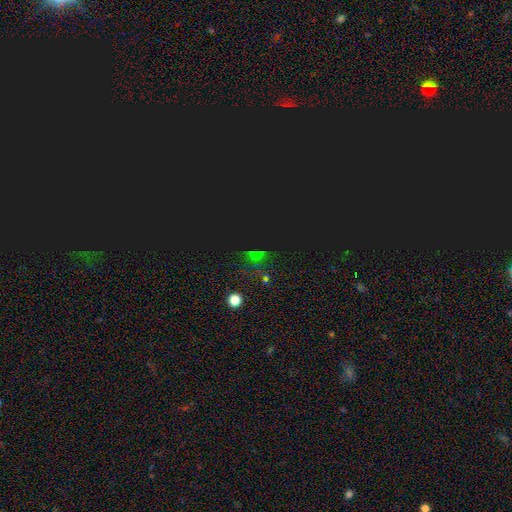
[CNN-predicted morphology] smooth_or_featured: star or artifact (p=0.69) [alt: smooth p=0.22]